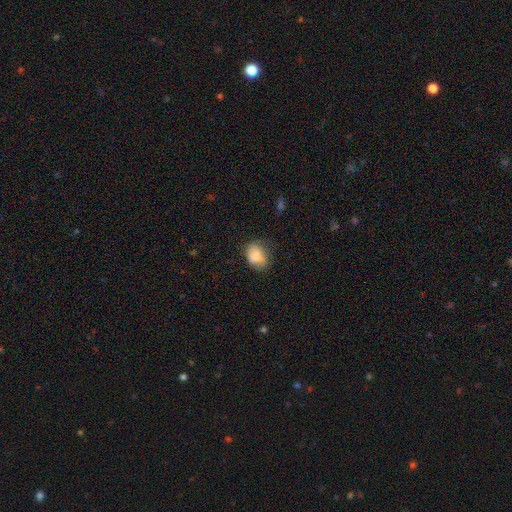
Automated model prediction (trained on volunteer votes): Smooth or featured?
  - smooth: 80% *
  - featured or disk: 12%
  - star or artifact: 8%
How rounded?
  - in between: 67% *
  - round: 32%
  - cigar-shaped: 1%
Merging?
  - none: 57% *
  - minor disturbance: 31%
  - major disturbance: 10%
  - merger: 2%